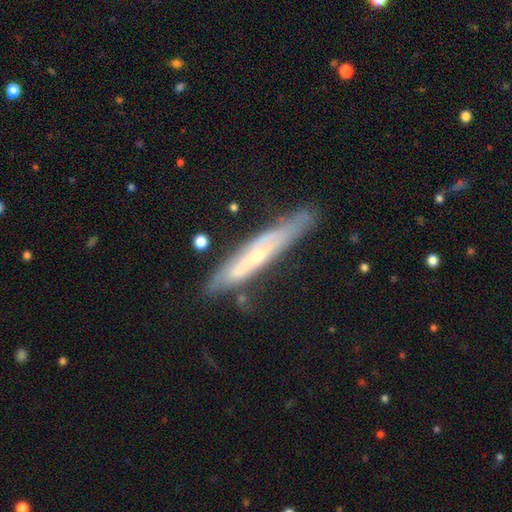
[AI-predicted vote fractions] Smooth or featured? featured or disk (69%)
Edge-on disk? yes (69%)
Merging? none (72%)